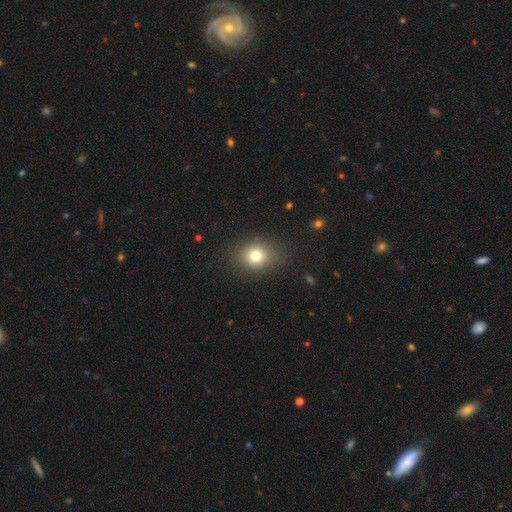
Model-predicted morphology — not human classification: smooth-or-featured: smooth: 77% | star or artifact: 13% | featured or disk: 10%
  how-rounded: round: 60% | in between: 39% | cigar-shaped: 1%
  merging: none: 85% | minor disturbance: 10% | major disturbance: 4% | merger: 1%